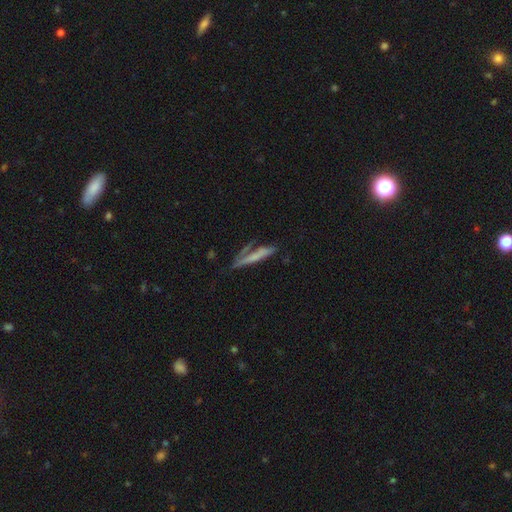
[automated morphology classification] This appears to be a smooth galaxy with no disk features (59%) that is cigar-shaped (90%). Merging: none (59%).